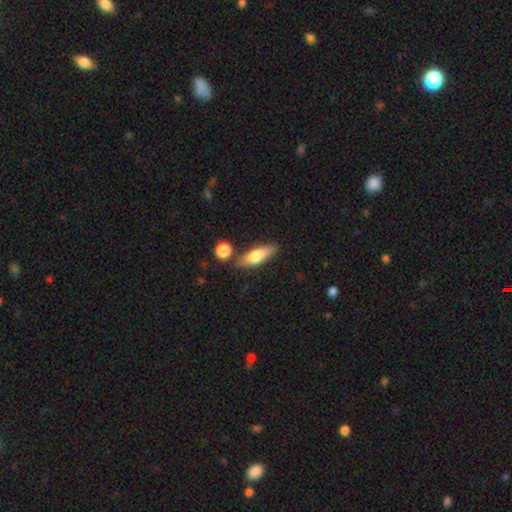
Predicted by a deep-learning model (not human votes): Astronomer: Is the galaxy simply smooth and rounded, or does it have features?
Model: smooth — 69%.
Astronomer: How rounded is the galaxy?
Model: in between — 51% (runner-up: cigar-shaped, 46%).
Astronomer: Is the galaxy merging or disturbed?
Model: none — 74%.